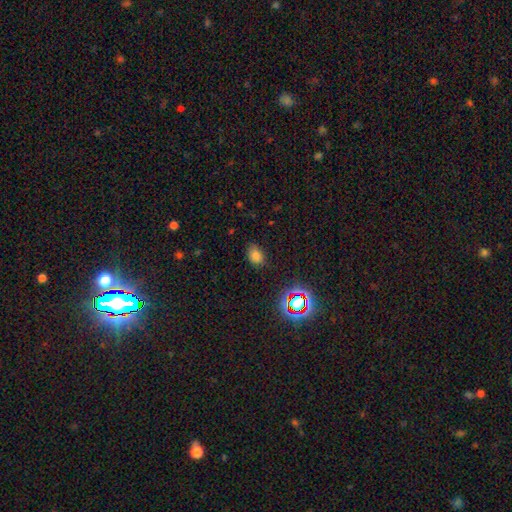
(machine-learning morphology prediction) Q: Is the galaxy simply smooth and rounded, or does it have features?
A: smooth — 73%.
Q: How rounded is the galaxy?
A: in between — 72%.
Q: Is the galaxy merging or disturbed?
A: none — 78%.